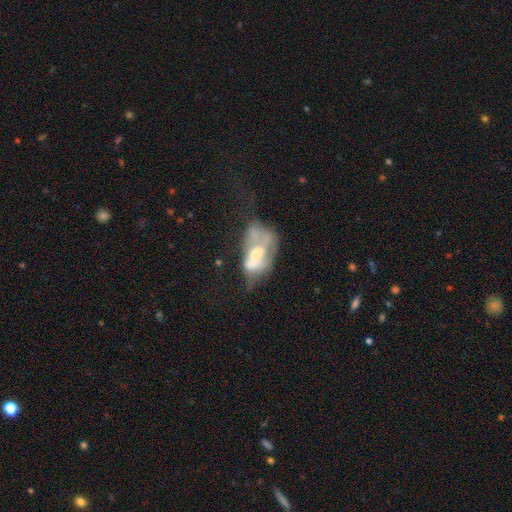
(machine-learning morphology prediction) A featured or disk galaxy (56%) with no bar (81%), no spiral arms (87%) and a moderate central bulge (48%).

Vote fractions:
- Smooth or featured? featured or disk: 56% / smooth: 34% / star or artifact: 10%
- Edge-on disk? no: 96% / yes: 4%
- Bar? no: 81% / weak: 14% / strong: 5%
- Spiral arms? no: 87% / yes: 13%
- Bulge size? moderate: 48% / small: 20% / none: 16% / large: 14% / dominant: 2%
- Merging? major disturbance: 34% / merger: 33% / none: 17% / minor disturbance: 16%